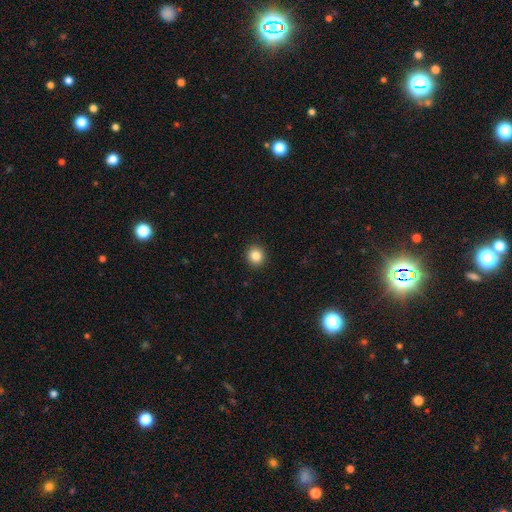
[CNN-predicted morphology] smooth 85%, star or artifact 10%, featured or disk 4%. Down the decision tree: how rounded — round (92%); merging — none (93%).